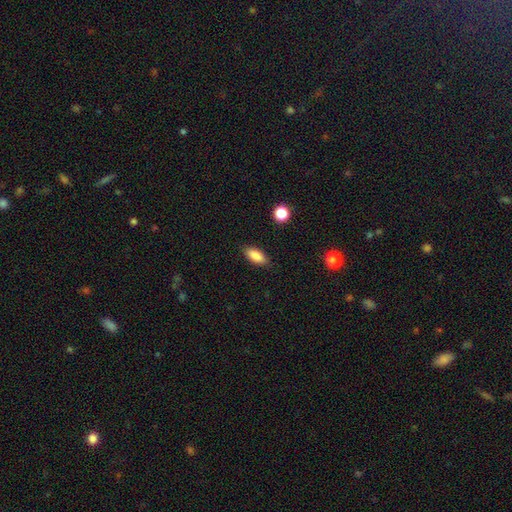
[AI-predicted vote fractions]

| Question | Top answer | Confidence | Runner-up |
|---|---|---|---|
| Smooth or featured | smooth | 86% | star or artifact (8%) |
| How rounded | in between | 83% | cigar-shaped (14%) |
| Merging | none | 87% | minor disturbance (10%) |